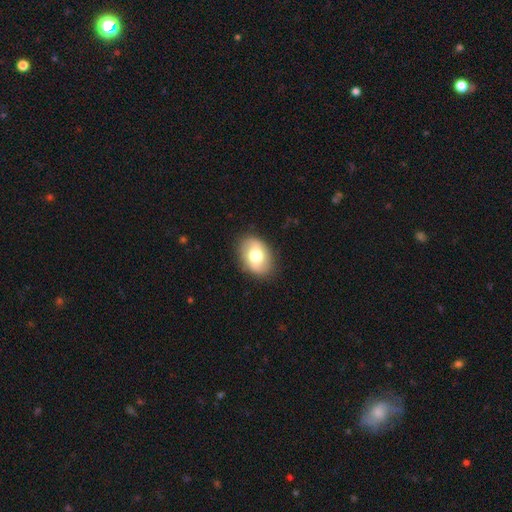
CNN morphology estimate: A smooth galaxy with no disk features (64%) that is in between round and cigar-shaped (79%).

Vote fractions:
- Smooth or featured? smooth: 64% / featured or disk: 29% / star or artifact: 7%
- How rounded? in between: 79% / round: 20% / cigar-shaped: 1%
- Merging? none: 86% / minor disturbance: 10% / major disturbance: 3% / merger: 1%